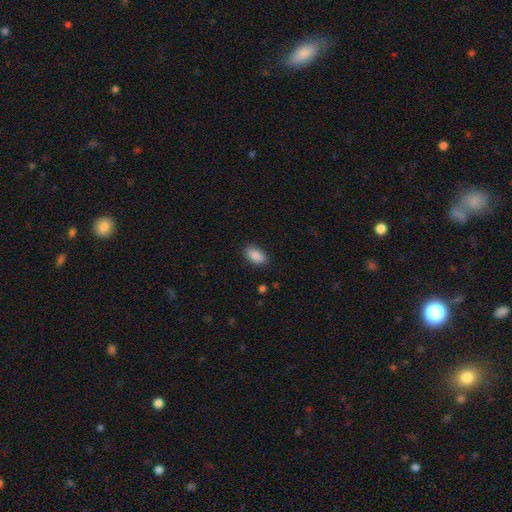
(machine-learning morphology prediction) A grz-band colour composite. It shows a smooth galaxy with no disk features (90%) that is in between round and cigar-shaped (94%). Merging: none (87%).